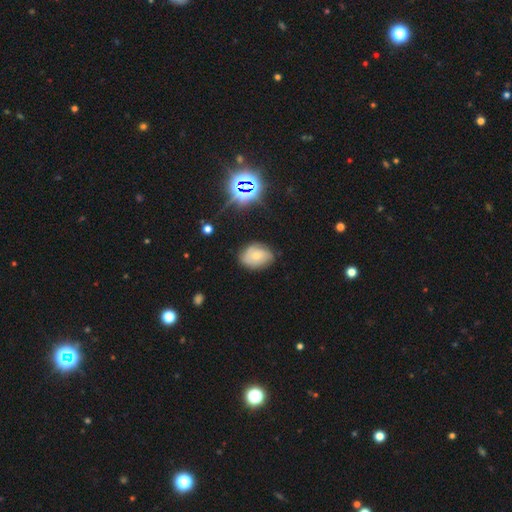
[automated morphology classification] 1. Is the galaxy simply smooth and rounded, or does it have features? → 44% featured or disk, 43% smooth, 13% star or artifact.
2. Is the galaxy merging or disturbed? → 71% none, 22% minor disturbance, 5% major disturbance, 2% merger.